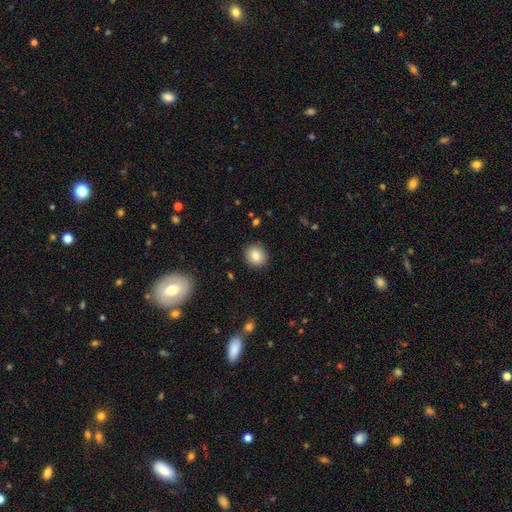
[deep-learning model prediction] Smooth or featured: smooth — 82% (star or artifact — 9%)
How rounded: round — 80% (in between — 19%)
Merging: none — 90% (minor disturbance — 7%)